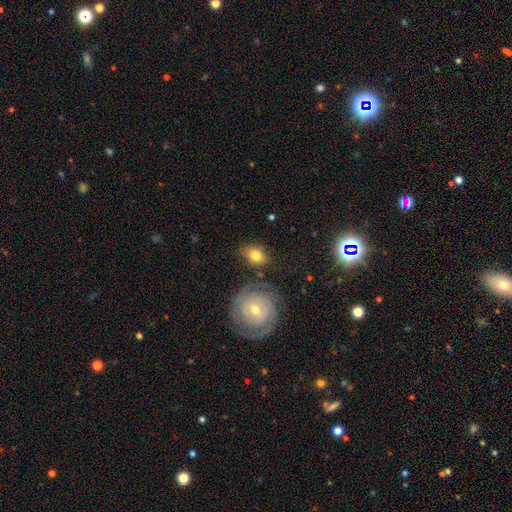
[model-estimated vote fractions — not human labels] This is likely a smooth galaxy (74%). How rounded: likely in between (64%). Merging: likely none (74%).